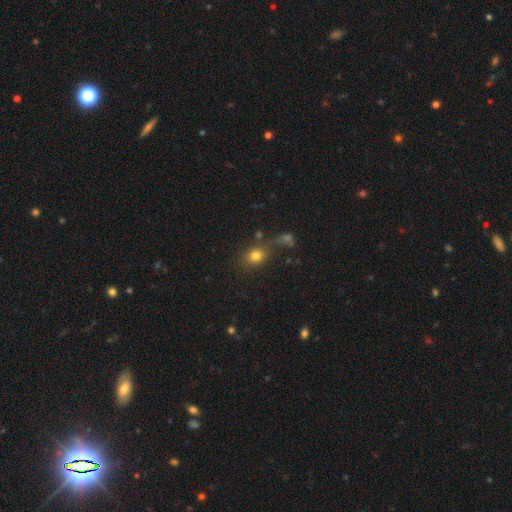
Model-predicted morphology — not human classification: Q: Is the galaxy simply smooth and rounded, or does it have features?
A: smooth — 77%.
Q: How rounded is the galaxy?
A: round — 55%.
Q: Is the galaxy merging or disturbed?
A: none — 58%.